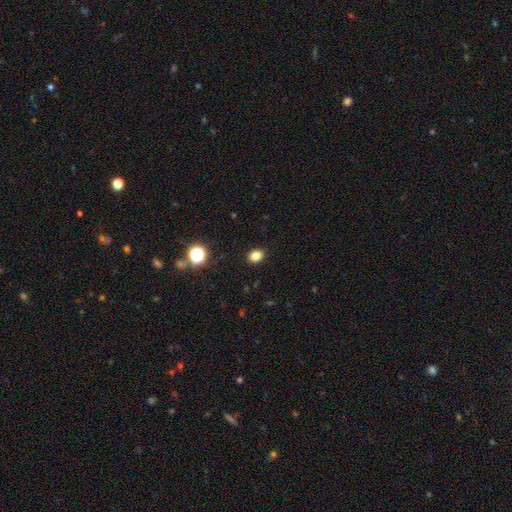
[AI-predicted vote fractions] Q: Smooth or featured?
A: smooth (83%); runner-up: star or artifact (13%)
Q: How rounded?
A: in between (50%); runner-up: round (49%)
Q: Merging?
A: none (90%); runner-up: minor disturbance (7%)